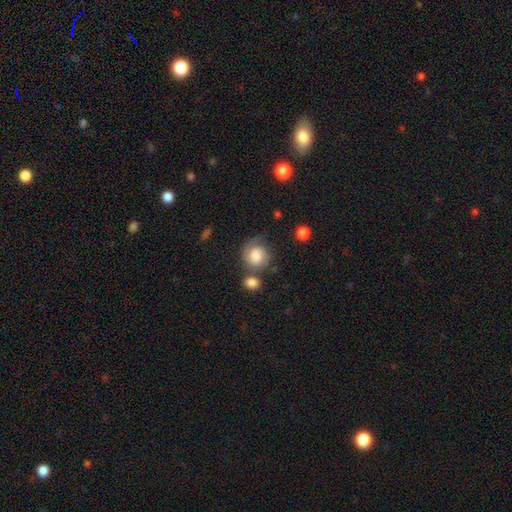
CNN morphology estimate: type=smooth (52%); roundness=round (77%); merging=none (46%).